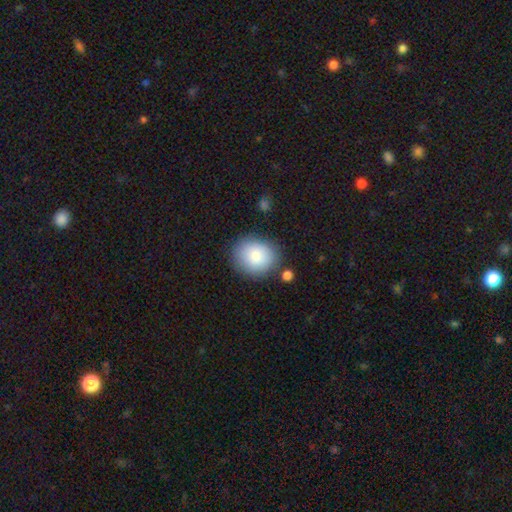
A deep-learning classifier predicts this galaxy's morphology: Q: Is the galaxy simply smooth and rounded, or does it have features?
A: smooth — 80%.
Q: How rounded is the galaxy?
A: round — 74%.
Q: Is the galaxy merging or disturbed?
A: none — 79%.